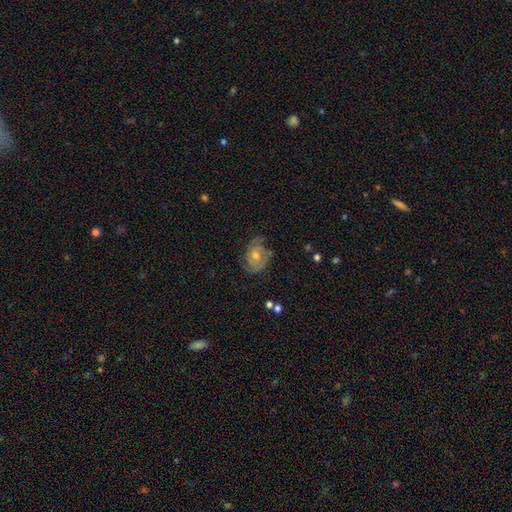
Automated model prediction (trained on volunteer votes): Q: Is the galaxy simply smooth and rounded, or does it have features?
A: featured or disk — 69%.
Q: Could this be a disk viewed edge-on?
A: no — 96%.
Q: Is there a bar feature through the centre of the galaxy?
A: no — 76%.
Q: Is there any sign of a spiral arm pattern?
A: yes — 84%.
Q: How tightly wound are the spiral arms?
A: tight — 57%.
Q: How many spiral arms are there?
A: can't tell — 39%.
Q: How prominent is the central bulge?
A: moderate — 60%.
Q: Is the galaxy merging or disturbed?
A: none — 67%.